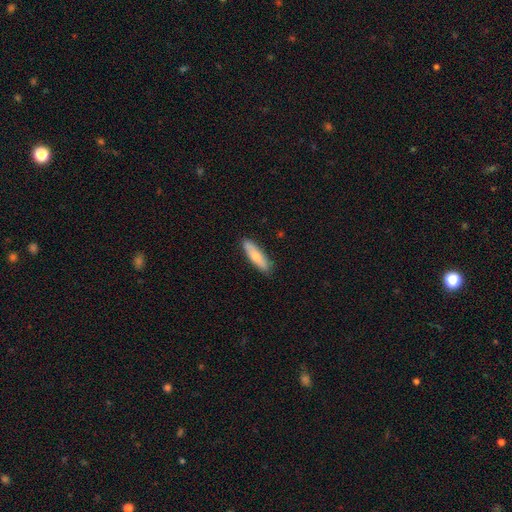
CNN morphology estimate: Smooth or featured? smooth (74%)
How rounded? cigar-shaped (65%)
Merging? none (86%)